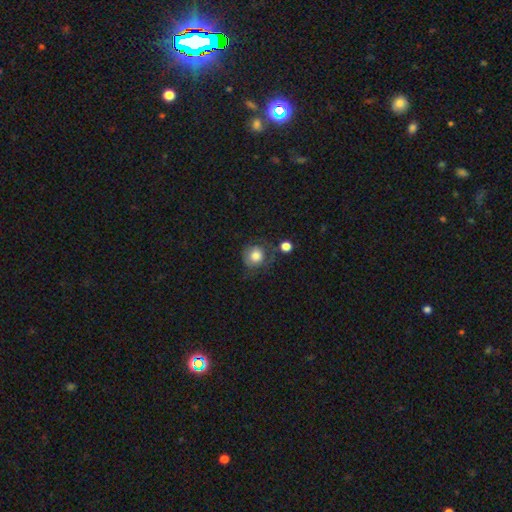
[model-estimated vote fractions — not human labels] Smooth or featured: smooth — 76% (featured or disk — 15%)
How rounded: round — 87% (in between — 12%)
Merging: none — 56% (minor disturbance — 23%)